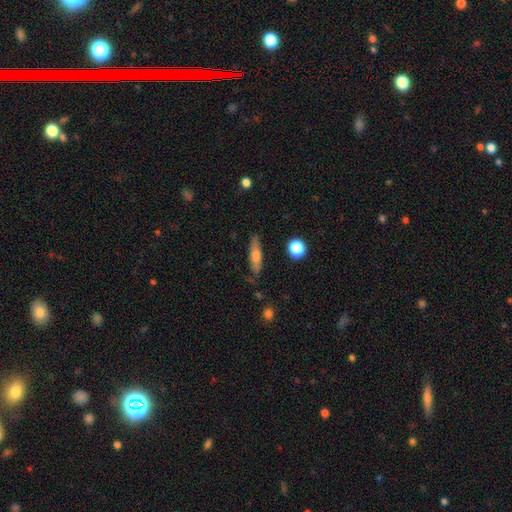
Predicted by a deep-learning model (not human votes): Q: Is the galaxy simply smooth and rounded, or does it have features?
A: smooth — 60%.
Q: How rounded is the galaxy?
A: cigar-shaped — 71%.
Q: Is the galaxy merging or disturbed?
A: none — 79%.